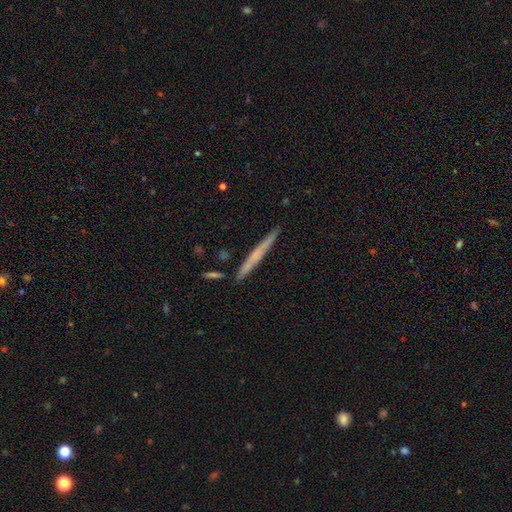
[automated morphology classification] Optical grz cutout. It shows a featured or disk galaxy (48%). Merging: none (89%).